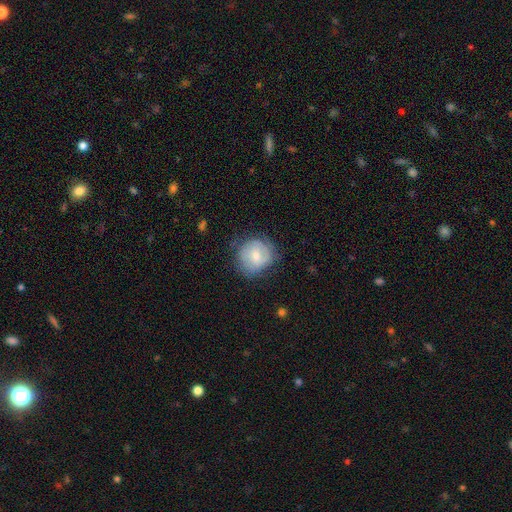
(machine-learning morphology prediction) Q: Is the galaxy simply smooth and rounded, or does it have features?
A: smooth — 62%.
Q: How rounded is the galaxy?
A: round — 84%.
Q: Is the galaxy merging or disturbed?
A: none — 66%.